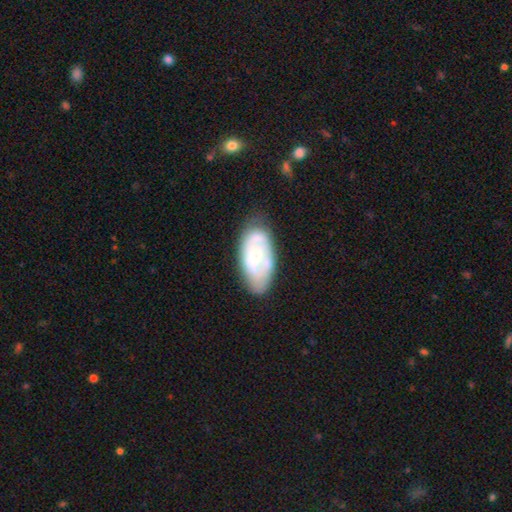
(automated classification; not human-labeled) Smooth or featured? Predicted: featured or disk (p=0.65). Edge-on disk? Predicted: no (p=0.93). Bar? Predicted: no (p=0.78). Spiral arms? Predicted: yes (p=0.55). Bulge size? Predicted: moderate (p=0.48). Merging? Predicted: none (p=0.65).